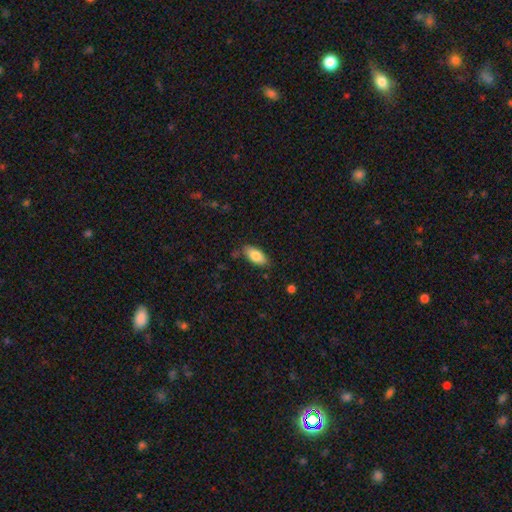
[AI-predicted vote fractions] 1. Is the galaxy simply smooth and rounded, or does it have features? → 82% smooth, 11% featured or disk, 7% star or artifact.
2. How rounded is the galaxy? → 88% in between, 9% cigar-shaped, 2% round.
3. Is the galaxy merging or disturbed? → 82% none, 14% minor disturbance, 3% major disturbance, 2% merger.